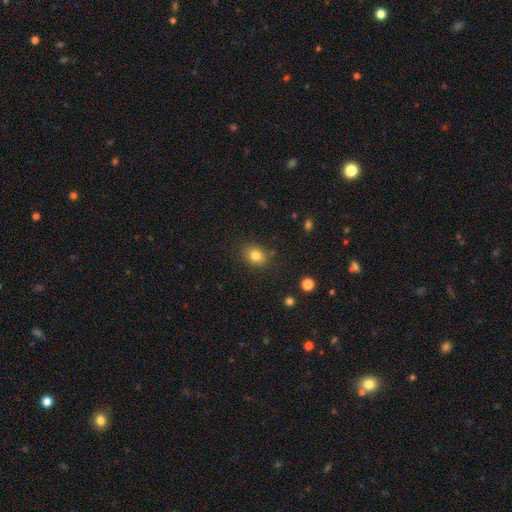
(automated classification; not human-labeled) Morphology: type=smooth (81%); roundness=in between (51%); merging=none (83%).